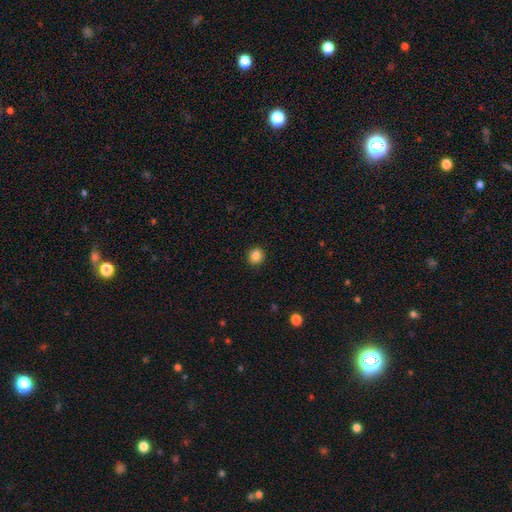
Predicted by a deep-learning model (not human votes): smooth_or_featured: smooth (p=0.86) [alt: star or artifact p=0.10]
how_rounded: round (p=0.85) [alt: in between p=0.14]
merging: none (p=0.92) [alt: minor disturbance p=0.06]